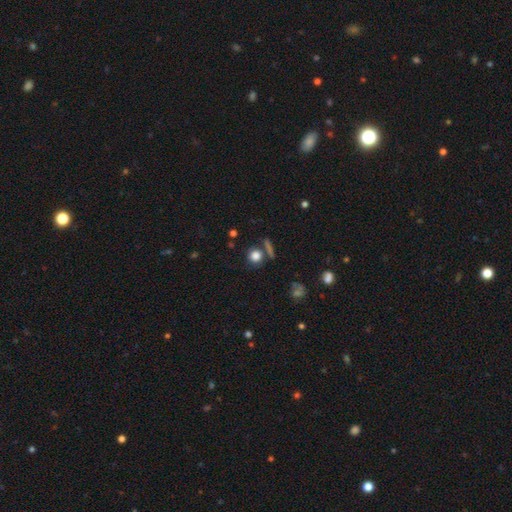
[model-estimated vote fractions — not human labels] This is likely a smooth galaxy (80%). How rounded: clearly round (88%). Merging: likely none (74%).